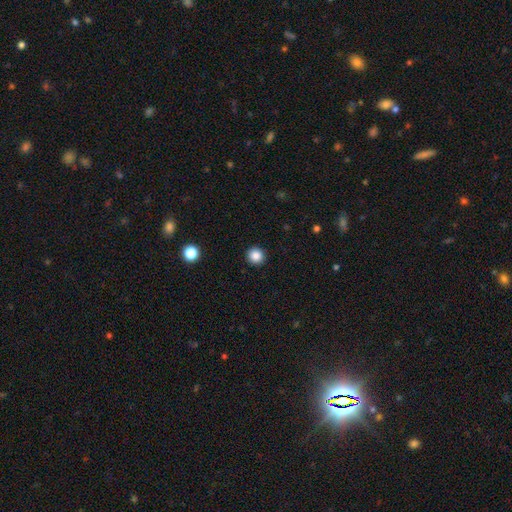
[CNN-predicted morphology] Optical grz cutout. It shows a smooth galaxy with no disk features (86%) that is round (95%). Merging: none (93%).